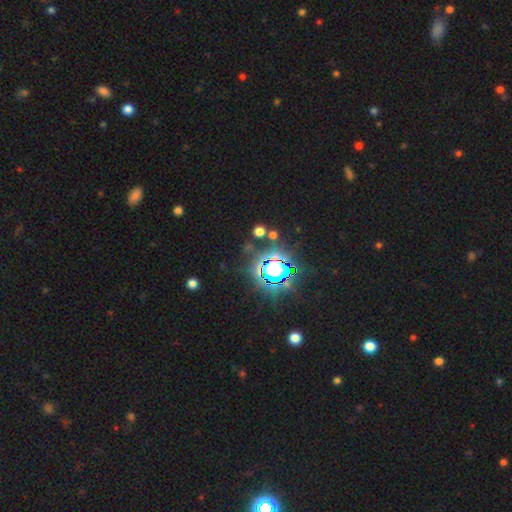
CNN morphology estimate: Smooth or featured: star or artifact — 84% (smooth — 10%)